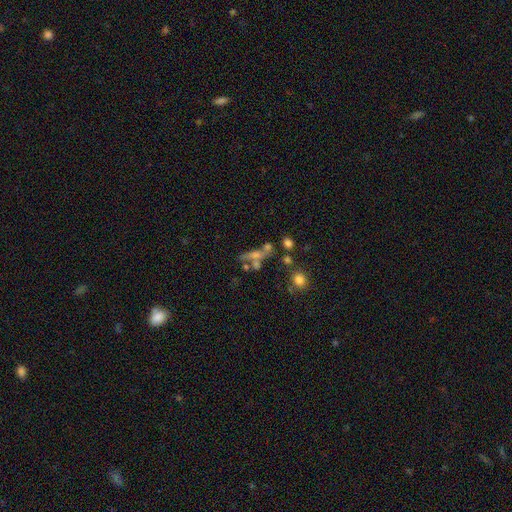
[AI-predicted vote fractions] This is marginally a smooth galaxy (41%). Merging: marginally none (40%).